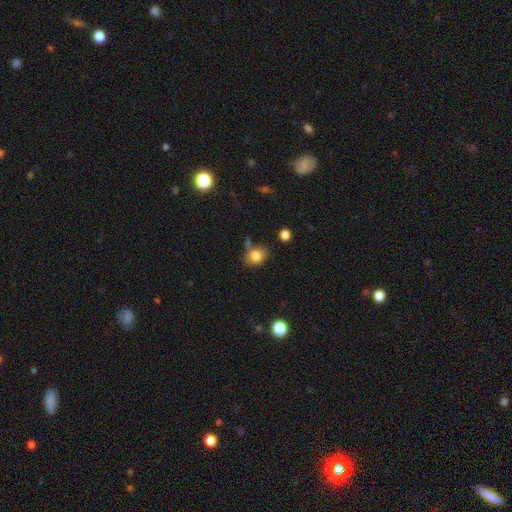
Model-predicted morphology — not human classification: smooth-or-featured: smooth: 82% | star or artifact: 11% | featured or disk: 8%
  how-rounded: round: 55% | in between: 44% | cigar-shaped: 1%
  merging: none: 66% | minor disturbance: 18% | merger: 10% | major disturbance: 5%